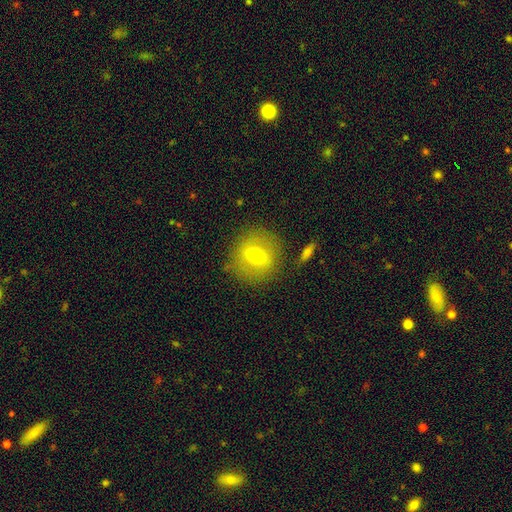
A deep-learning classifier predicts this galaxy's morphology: Smooth or featured?
  - smooth: 55% *
  - featured or disk: 36%
  - star or artifact: 9%
How rounded?
  - round: 83% *
  - in between: 15%
  - cigar-shaped: 1%
Merging?
  - none: 80% *
  - minor disturbance: 12%
  - major disturbance: 5%
  - merger: 3%